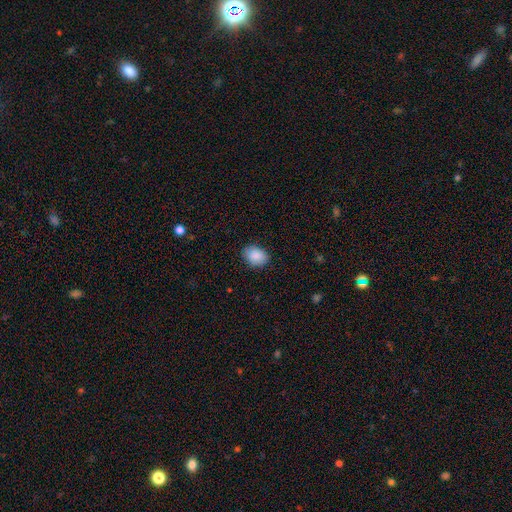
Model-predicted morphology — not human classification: type=smooth (89%); roundness=in between (70%); merging=none (83%).